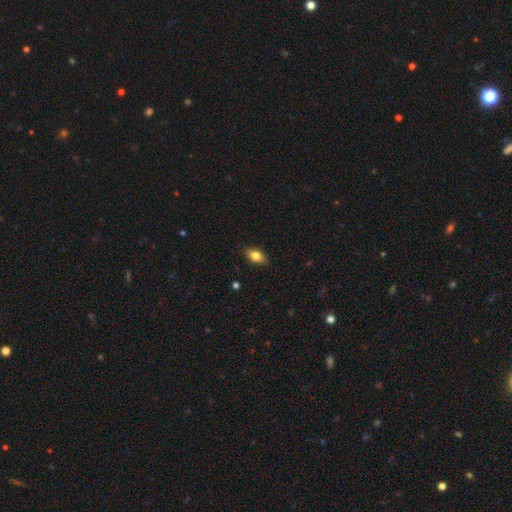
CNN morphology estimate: Smooth or featured? Predicted: smooth (p=0.81). How rounded? Predicted: in between (p=0.87). Merging? Predicted: none (p=0.87).